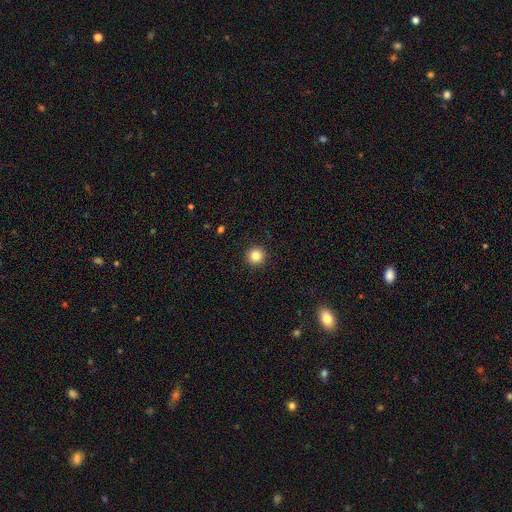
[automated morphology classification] A smooth galaxy with no disk features (84%) that is round (96%). Merging: none (93%).